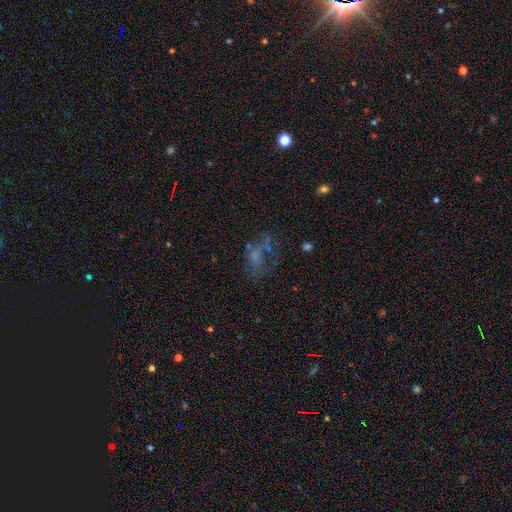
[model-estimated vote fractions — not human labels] Smooth or featured?
  - smooth: 43% *
  - featured or disk: 34%
  - star or artifact: 23%
Merging?
  - none: 37% *
  - major disturbance: 33%
  - minor disturbance: 19%
  - merger: 11%